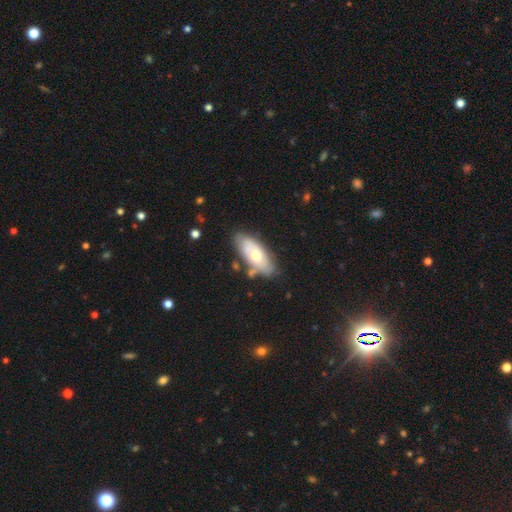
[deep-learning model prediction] Smooth or featured: smooth — 49% (featured or disk — 45%)
Merging: none — 69% (minor disturbance — 20%)